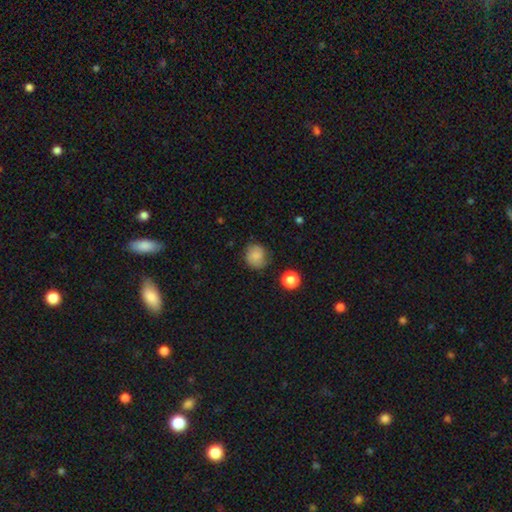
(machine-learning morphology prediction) Overall: smooth (80%). How rounded: round (85%). Merging: none (75%).